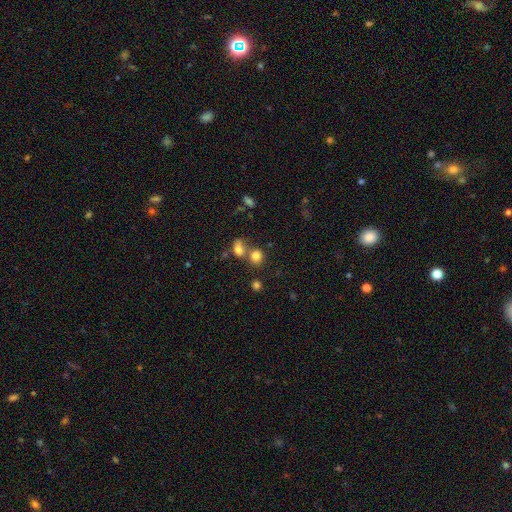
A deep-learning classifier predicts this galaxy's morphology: smooth_or_featured: smooth (p=0.80) [alt: star or artifact p=0.12]
how_rounded: round (p=0.68) [alt: in between p=0.31]
merging: none (p=0.52) [alt: merger p=0.35]